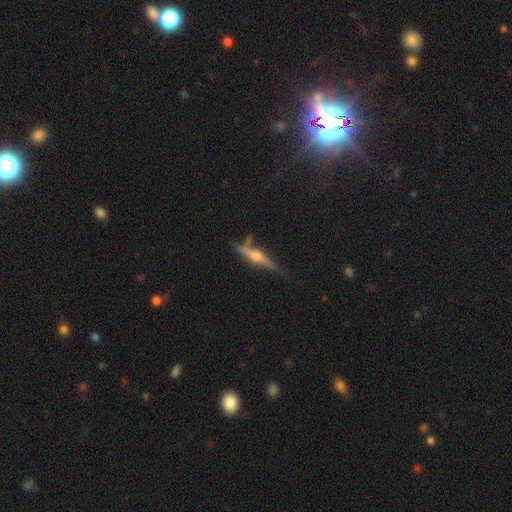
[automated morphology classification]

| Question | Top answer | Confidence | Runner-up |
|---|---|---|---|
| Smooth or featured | featured or disk | 73% | smooth (19%) |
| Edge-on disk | yes | 95% | no (5%) |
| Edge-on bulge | rounded | 88% | boxy (6%) |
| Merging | none | 69% | minor disturbance (20%) |